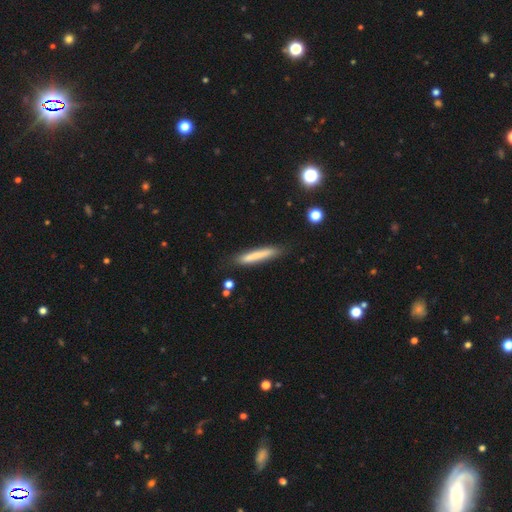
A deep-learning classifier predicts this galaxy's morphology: Smooth or featured?
  - smooth: 74% *
  - featured or disk: 19%
  - star or artifact: 7%
How rounded?
  - cigar-shaped: 94% *
  - in between: 5%
  - round: 1%
Merging?
  - none: 82% *
  - minor disturbance: 13%
  - major disturbance: 3%
  - merger: 2%